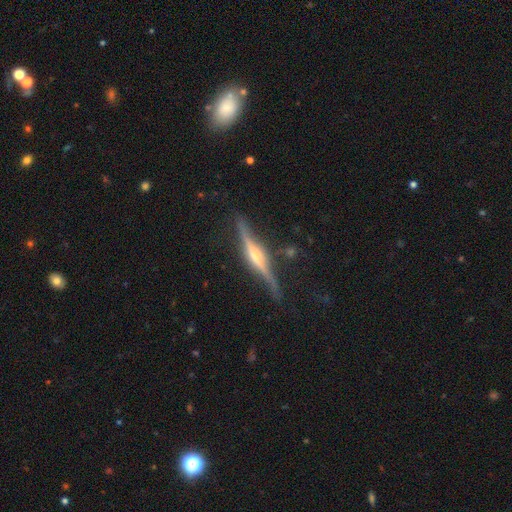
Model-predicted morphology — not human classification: This is clearly a featured or disk galaxy (84%). It is clearly viewed edge-on (96%). Edge-on bulge: likely rounded (80%). Merging: likely none (80%).